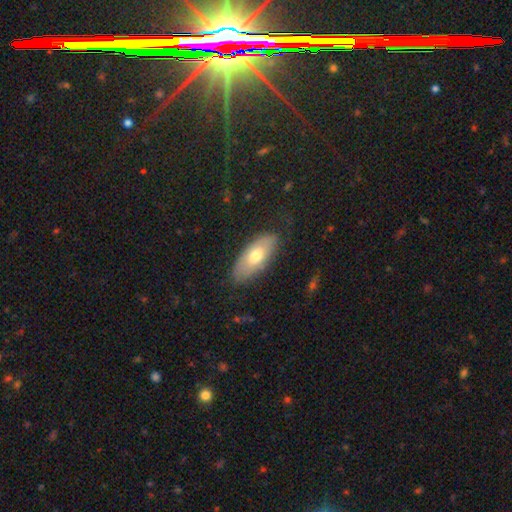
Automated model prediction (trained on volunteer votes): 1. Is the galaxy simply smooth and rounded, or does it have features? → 66% smooth, 28% featured or disk, 6% star or artifact.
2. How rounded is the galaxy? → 85% in between, 12% cigar-shaped, 3% round.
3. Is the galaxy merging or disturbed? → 78% none, 17% minor disturbance, 4% major disturbance, 1% merger.